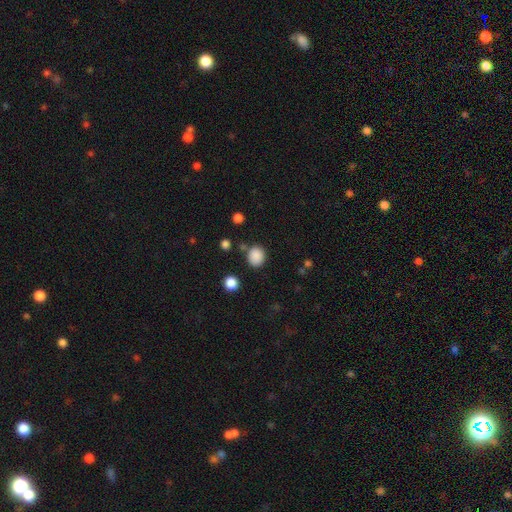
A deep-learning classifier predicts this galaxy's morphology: smooth-or-featured: smooth: 86% | star or artifact: 10% | featured or disk: 4%
  how-rounded: round: 69% | in between: 30% | cigar-shaped: 1%
  merging: none: 78% | minor disturbance: 12% | merger: 6% | major disturbance: 4%